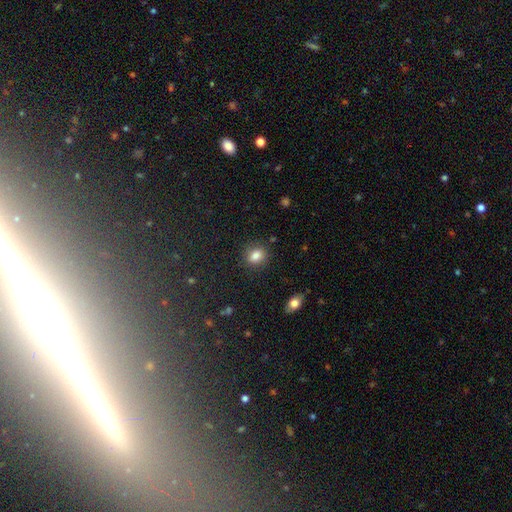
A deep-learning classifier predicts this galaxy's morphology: Overall: smooth (84%). How rounded: round (59%; in between 40%). Merging: none (86%).